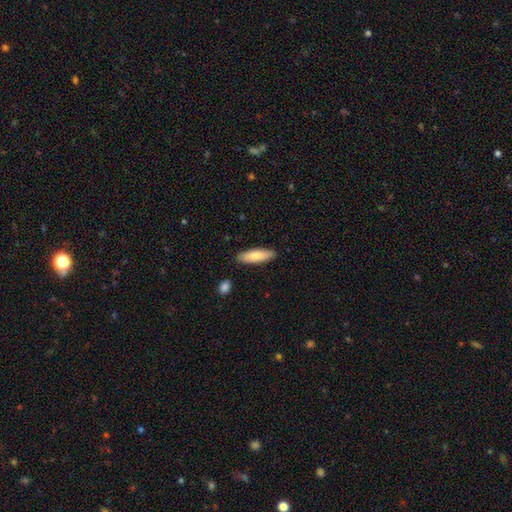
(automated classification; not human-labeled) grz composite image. It shows a smooth galaxy with no disk features (81%) that is cigar-shaped (56%). Merging: none (88%).